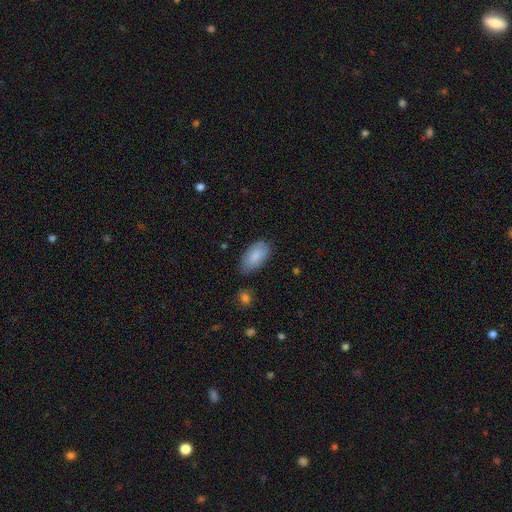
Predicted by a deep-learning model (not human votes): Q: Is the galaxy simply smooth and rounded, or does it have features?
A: smooth — 86%.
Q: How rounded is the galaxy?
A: in between — 94%.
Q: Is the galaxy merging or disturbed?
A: none — 73%.